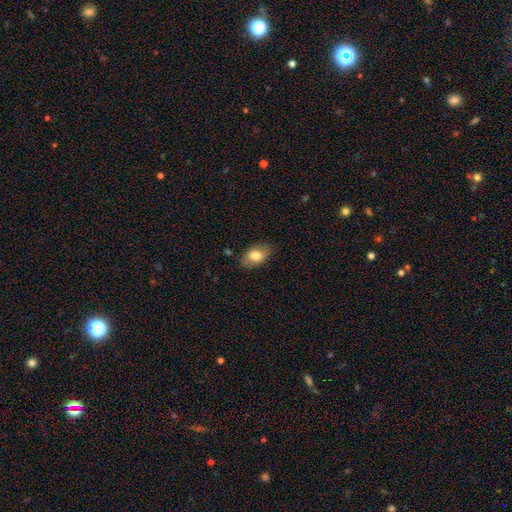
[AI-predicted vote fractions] Smooth or featured? smooth (77%)
How rounded? in between (89%)
Merging? none (82%)